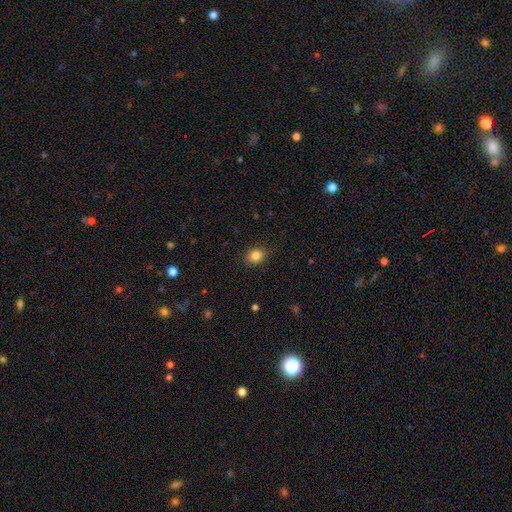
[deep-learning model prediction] smooth 84%, star or artifact 10%, featured or disk 5%. Down the decision tree: how rounded — round (63%); merging — none (88%).